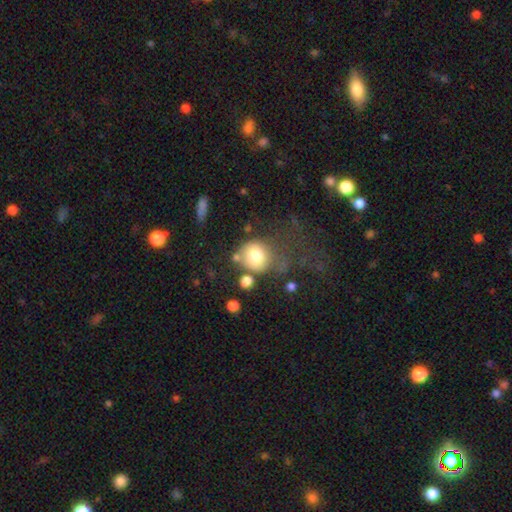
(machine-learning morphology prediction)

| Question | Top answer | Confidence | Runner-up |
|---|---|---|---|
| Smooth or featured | smooth | 75% | featured or disk (15%) |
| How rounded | round | 76% | in between (23%) |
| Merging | none | 42% | minor disturbance (21%) |